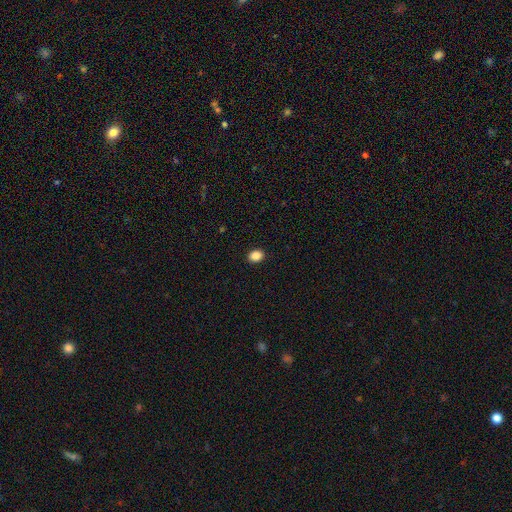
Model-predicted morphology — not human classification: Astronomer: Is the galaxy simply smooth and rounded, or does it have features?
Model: smooth — 87%.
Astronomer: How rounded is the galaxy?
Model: in between — 60% (runner-up: round, 39%).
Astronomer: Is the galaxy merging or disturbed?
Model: none — 92%.